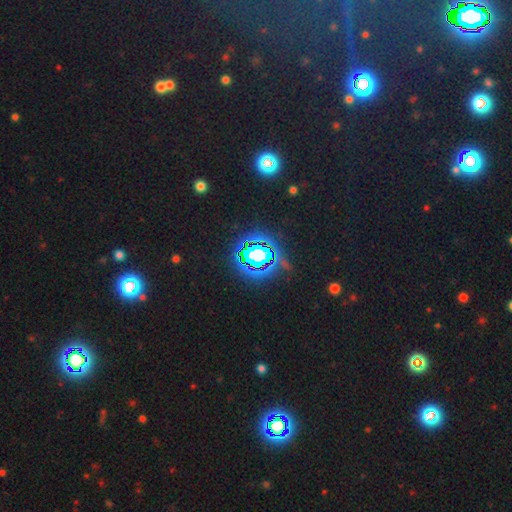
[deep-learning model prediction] star or artifact 71%, smooth 16%, featured or disk 13%.